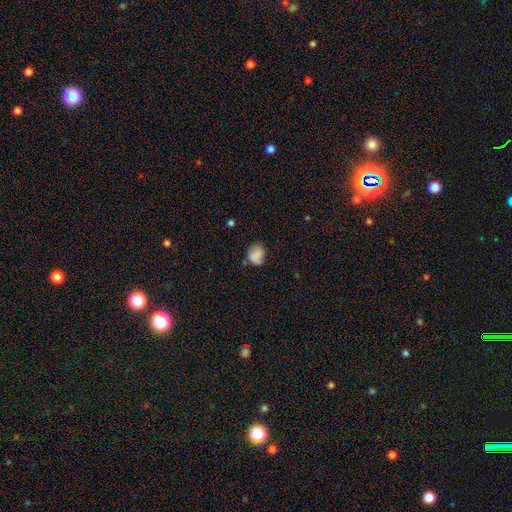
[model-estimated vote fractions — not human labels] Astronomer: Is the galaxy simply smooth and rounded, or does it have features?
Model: smooth — 70%.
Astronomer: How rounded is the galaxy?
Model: in between — 52% (runner-up: round, 47%).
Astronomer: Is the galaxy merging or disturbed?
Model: none — 55%.